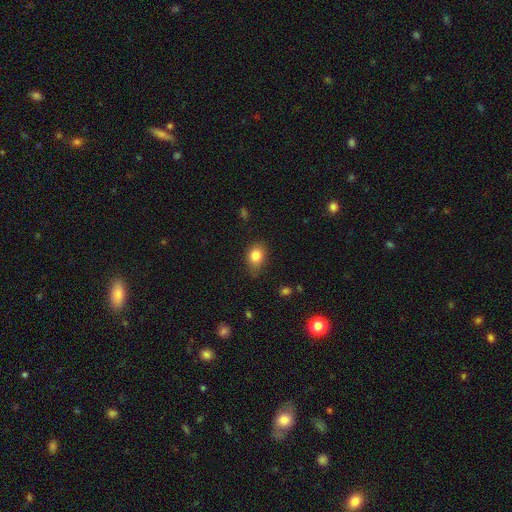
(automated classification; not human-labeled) This appears to be a smooth galaxy with no disk features (83%) that is in between round and cigar-shaped (62%). Merging: none (65%).